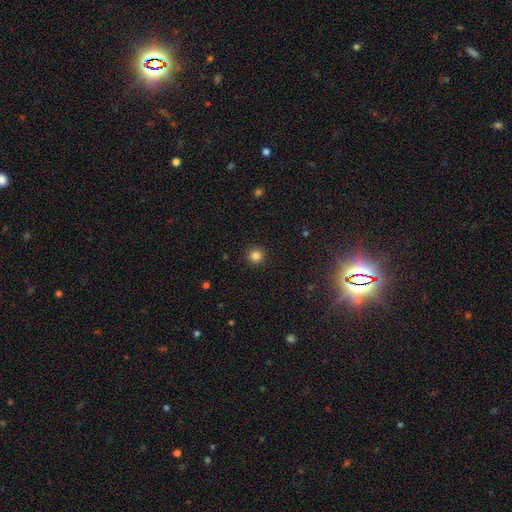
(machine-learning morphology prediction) This appears to be a smooth galaxy with no disk features (84%) that is round (95%). Merging: none (92%).